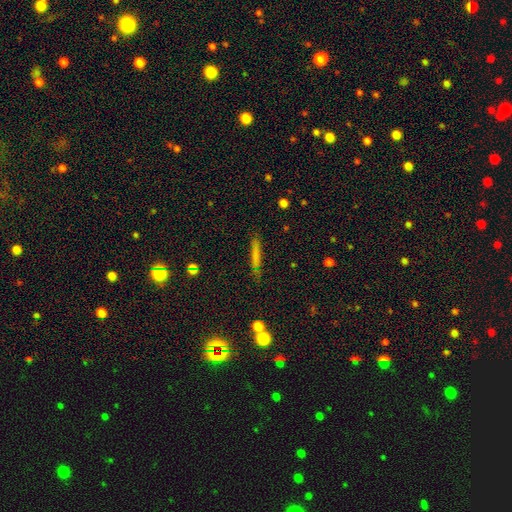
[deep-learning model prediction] smooth 69%, featured or disk 21%, star or artifact 10%. Down the decision tree: how rounded — cigar-shaped (92%); merging — none (81%).